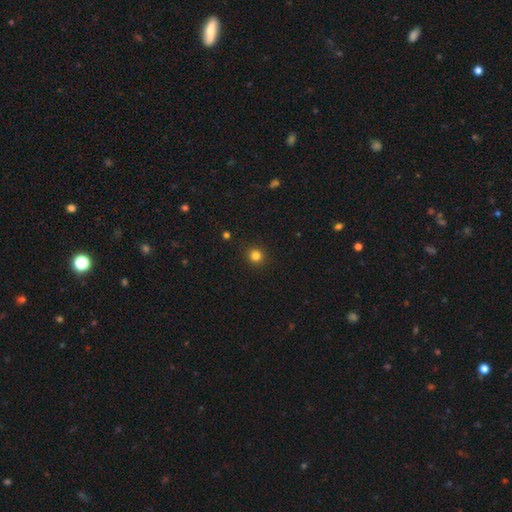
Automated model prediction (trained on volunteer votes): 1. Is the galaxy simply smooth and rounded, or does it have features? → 82% smooth, 14% star or artifact, 4% featured or disk.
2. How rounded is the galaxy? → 93% round, 6% in between, 1% cigar-shaped.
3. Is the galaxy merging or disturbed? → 92% none, 5% minor disturbance, 2% major disturbance, 1% merger.